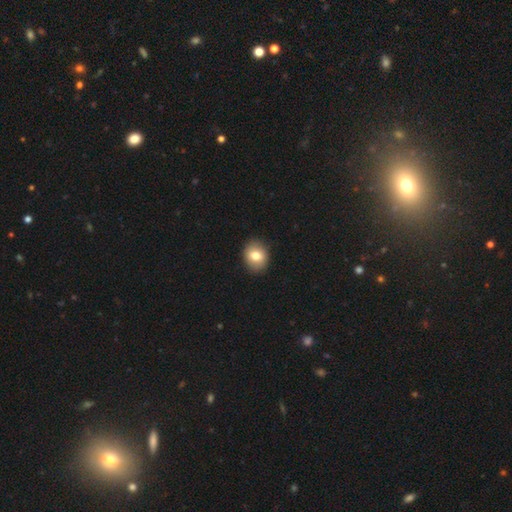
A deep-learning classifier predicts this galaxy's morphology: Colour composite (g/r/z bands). It shows a smooth galaxy with no disk features (78%) that is round (54%). Merging: none (90%).